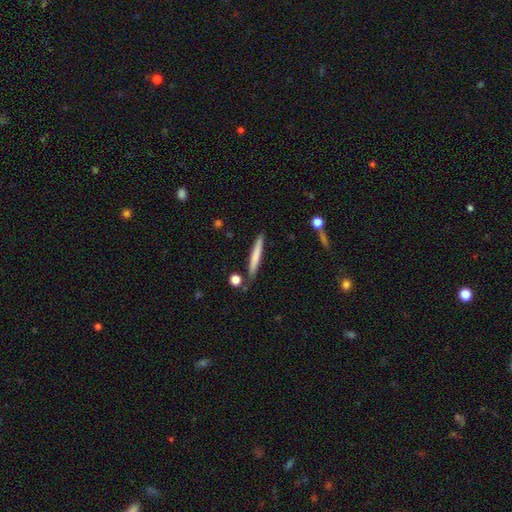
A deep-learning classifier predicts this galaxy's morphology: Smooth or featured?
  - smooth: 69% *
  - featured or disk: 26%
  - star or artifact: 6%
How rounded?
  - cigar-shaped: 95% *
  - in between: 4%
  - round: 1%
Merging?
  - none: 82% *
  - minor disturbance: 12%
  - merger: 4%
  - major disturbance: 2%